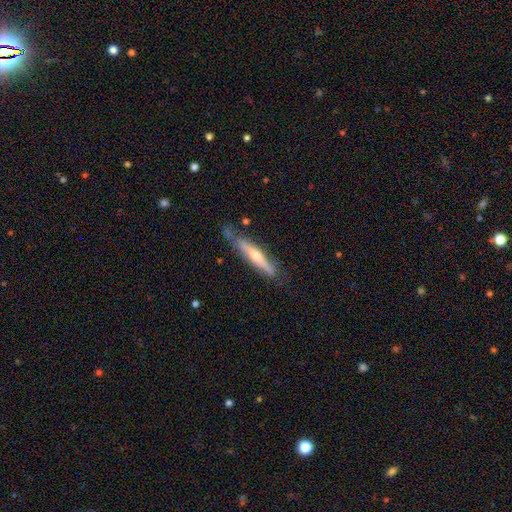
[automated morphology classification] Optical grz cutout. It shows a featured or disk galaxy (62%) viewed edge-on (87%) with a rounded central bulge (77%). Merging: none (69%).